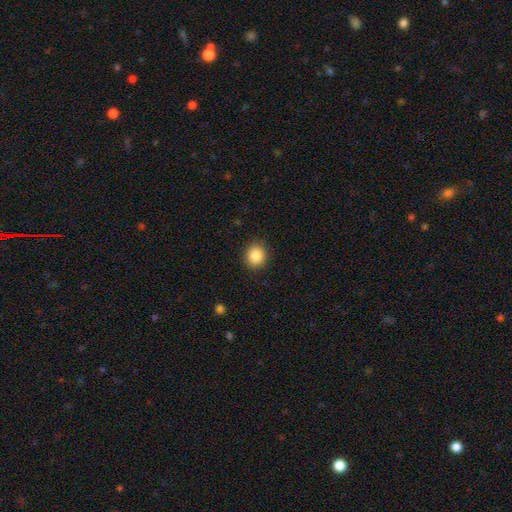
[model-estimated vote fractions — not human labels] Overall: smooth (86%). How rounded: round (79%). Merging: none (90%).